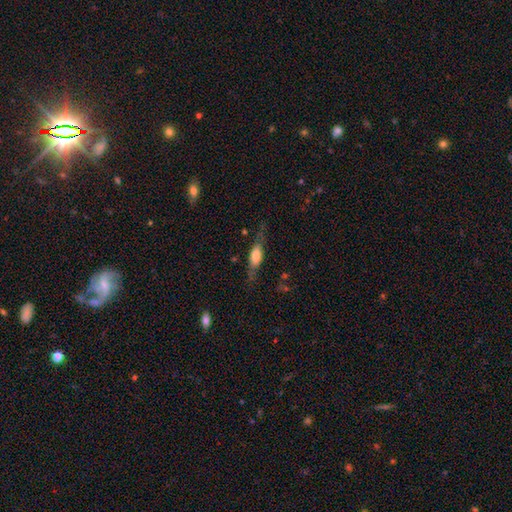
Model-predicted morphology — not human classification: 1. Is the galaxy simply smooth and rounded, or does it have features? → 51% smooth, 42% featured or disk, 7% star or artifact.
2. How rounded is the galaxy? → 49% in between, 48% cigar-shaped, 3% round.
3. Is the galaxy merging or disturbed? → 68% none, 21% minor disturbance, 9% major disturbance, 2% merger.